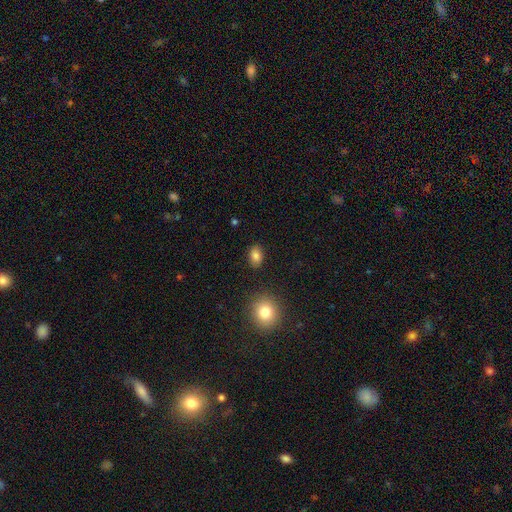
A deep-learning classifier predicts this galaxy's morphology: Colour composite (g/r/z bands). It shows a smooth galaxy with no disk features (84%) that is in between round and cigar-shaped (79%). Merging: none (86%).